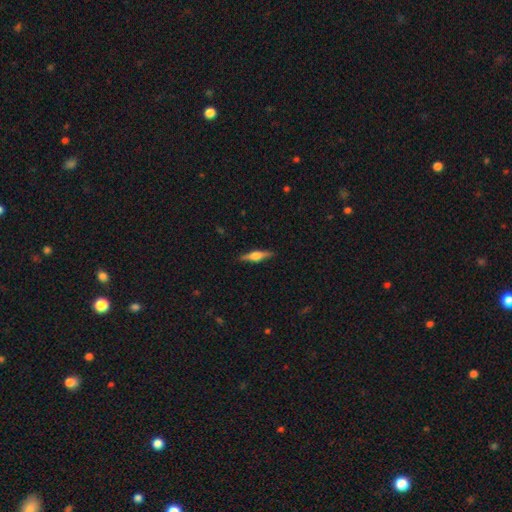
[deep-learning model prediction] Smooth or featured? Predicted: featured or disk (p=0.64). Edge-on disk? Predicted: yes (p=0.97). Edge-on bulge? Predicted: rounded (p=0.87). Merging? Predicted: none (p=0.89).